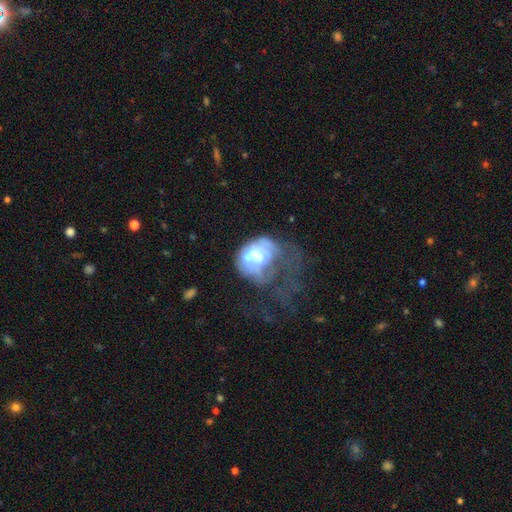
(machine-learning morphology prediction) This appears to be a featured or disk galaxy (54%) with no bar (68%), no spiral arms (78%) and a moderate central bulge (46%). Merging: major disturbance (55%).